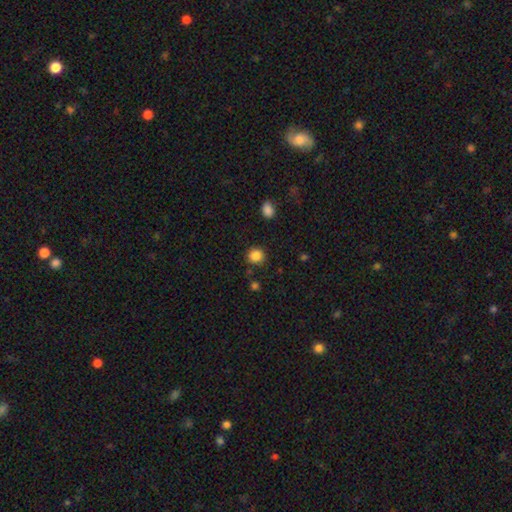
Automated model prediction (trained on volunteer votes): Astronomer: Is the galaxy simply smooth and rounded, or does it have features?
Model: smooth — 86%.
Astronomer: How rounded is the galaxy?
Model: round — 90%.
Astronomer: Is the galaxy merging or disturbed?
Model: none — 87%.